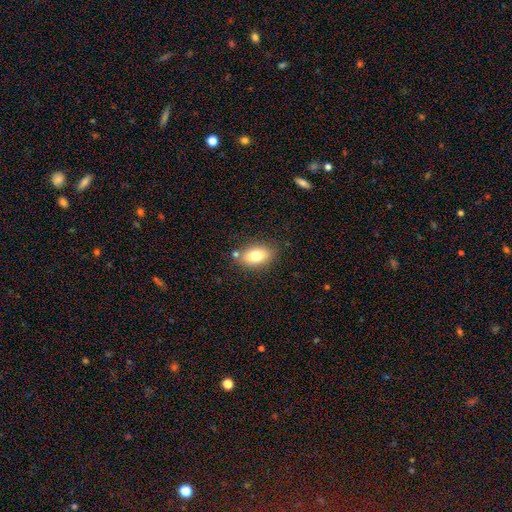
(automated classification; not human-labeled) smooth_or_featured: smooth (p=0.78) [alt: featured or disk p=0.14]
how_rounded: in between (p=0.89) [alt: round p=0.08]
merging: none (p=0.78) [alt: minor disturbance p=0.13]